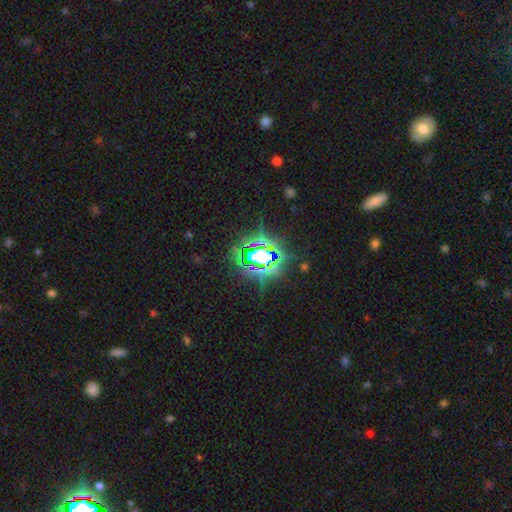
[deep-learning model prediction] Q: Smooth or featured?
A: star or artifact (77%); runner-up: smooth (12%)